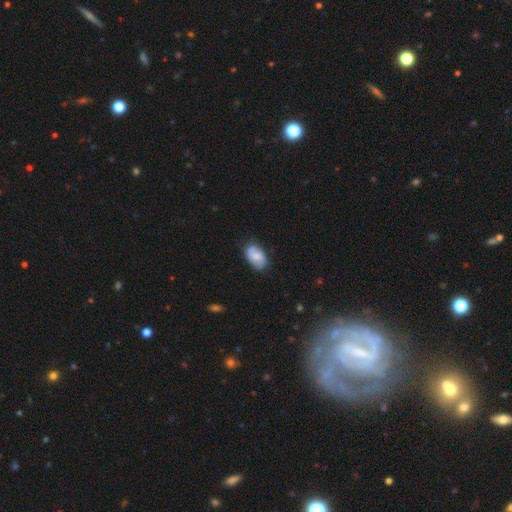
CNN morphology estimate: Smooth or featured? smooth (54%)
How rounded? in between (90%)
Merging? none (76%)